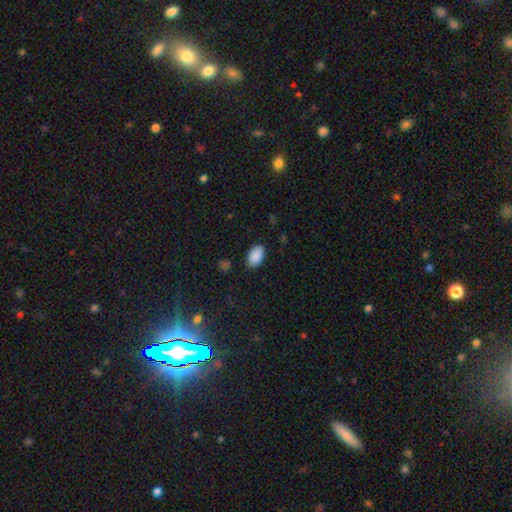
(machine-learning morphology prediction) This is clearly a smooth galaxy (90%). How rounded: clearly in between (93%). Merging: clearly none (86%).